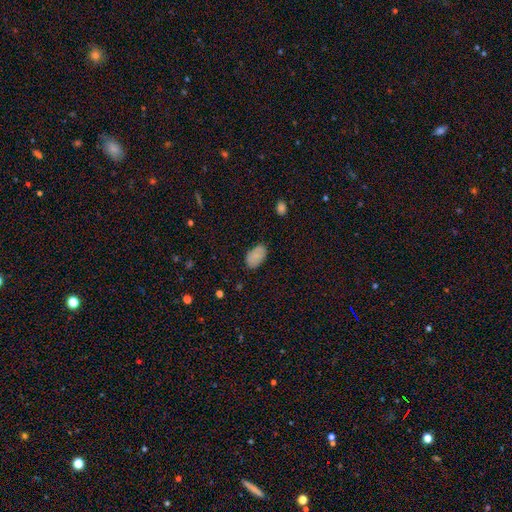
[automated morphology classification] A smooth galaxy with no disk features (82%) that is in between round and cigar-shaped (93%).

Vote fractions:
- Smooth or featured? smooth: 82% / featured or disk: 9% / star or artifact: 8%
- How rounded? in between: 93% / round: 6% / cigar-shaped: 1%
- Merging? none: 80% / minor disturbance: 15% / major disturbance: 3% / merger: 1%